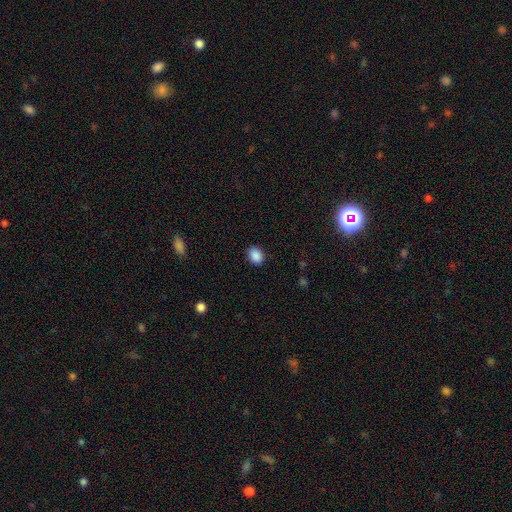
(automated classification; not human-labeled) smooth-or-featured: smooth: 89% | star or artifact: 9% | featured or disk: 3%
  how-rounded: in between: 58% | round: 41% | cigar-shaped: 1%
  merging: none: 88% | minor disturbance: 9% | major disturbance: 2% | merger: 1%